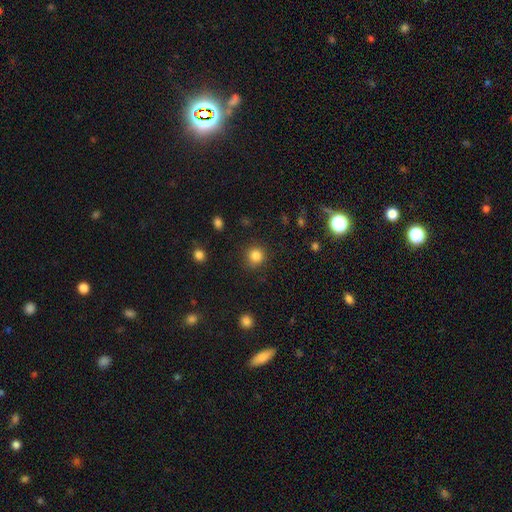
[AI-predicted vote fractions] Morphology: type=smooth (84%); roundness=round (91%); merging=none (87%).